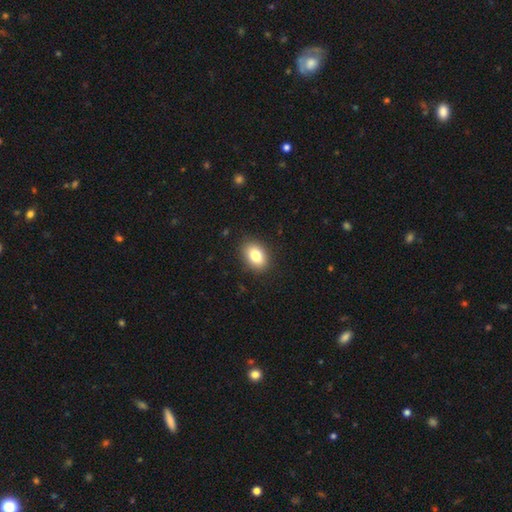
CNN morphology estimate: type=smooth (81%); roundness=in between (80%); merging=none (89%).